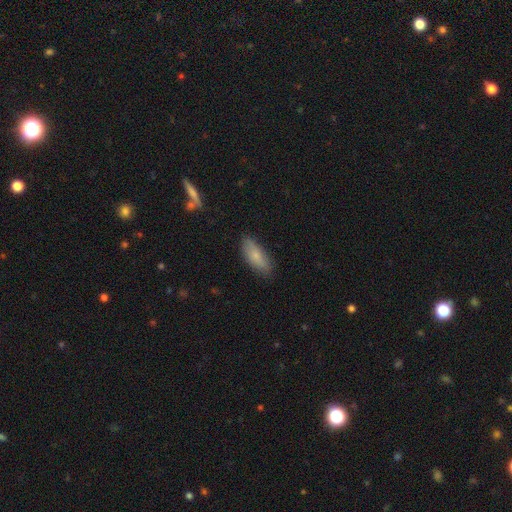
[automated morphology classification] Smooth or featured: smooth — 75% (featured or disk — 18%)
How rounded: in between — 74% (cigar-shaped — 23%)
Merging: none — 79% (minor disturbance — 16%)